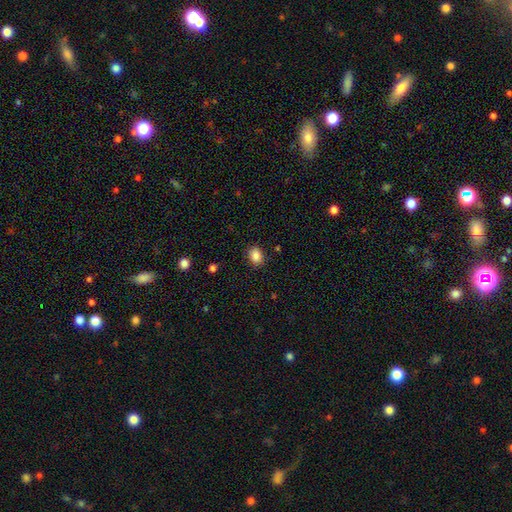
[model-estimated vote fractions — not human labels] Smooth or featured? smooth (87%)
How rounded? in between (63%)
Merging? none (87%)